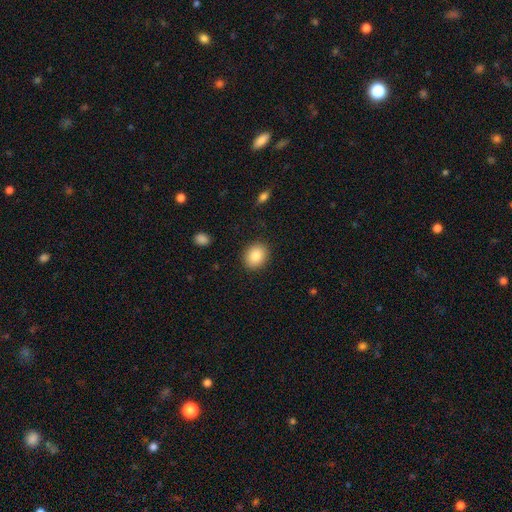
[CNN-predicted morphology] Q: Smooth or featured?
A: smooth (86%); runner-up: star or artifact (8%)
Q: How rounded?
A: round (55%); runner-up: in between (44%)
Q: Merging?
A: none (89%); runner-up: minor disturbance (8%)